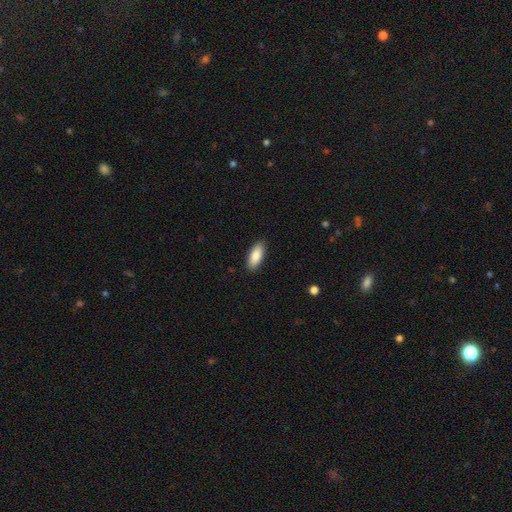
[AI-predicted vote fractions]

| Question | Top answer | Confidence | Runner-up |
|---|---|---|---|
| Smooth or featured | smooth | 86% | featured or disk (8%) |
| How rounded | in between | 78% | cigar-shaped (20%) |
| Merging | none | 89% | minor disturbance (8%) |